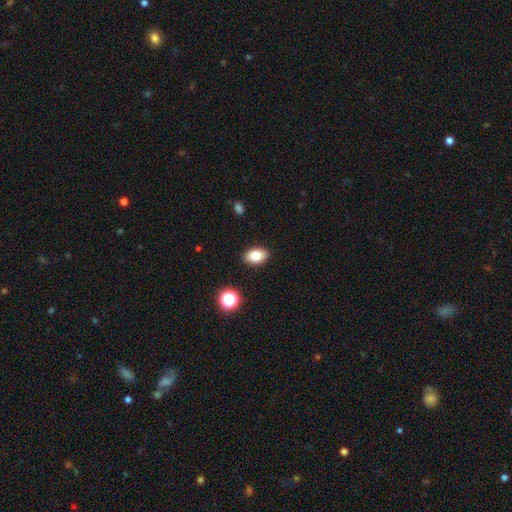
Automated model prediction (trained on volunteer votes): Overall: smooth (81%). How rounded: in between (89%). Merging: none (89%).